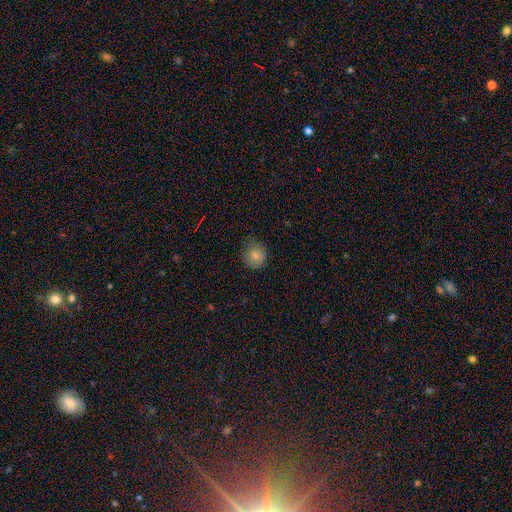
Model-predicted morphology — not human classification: Q: Smooth or featured?
A: smooth (83%); runner-up: star or artifact (10%)
Q: How rounded?
A: round (82%); runner-up: in between (17%)
Q: Merging?
A: none (70%); runner-up: minor disturbance (24%)